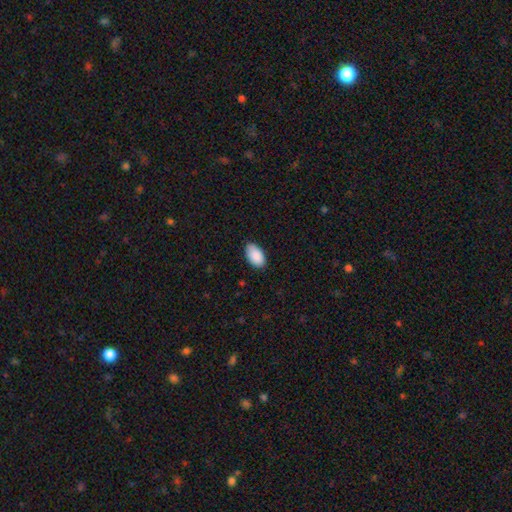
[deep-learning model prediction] This is clearly a smooth galaxy (90%). How rounded: clearly in between (95%). Merging: clearly none (83%).